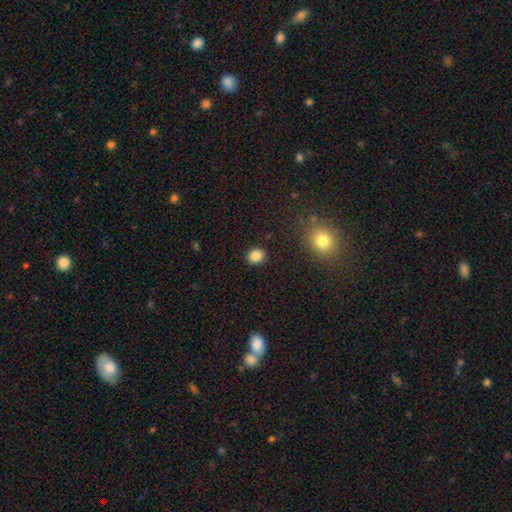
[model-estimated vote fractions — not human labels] A smooth galaxy with no disk features (85%) that is round (76%). Merging: none (90%).